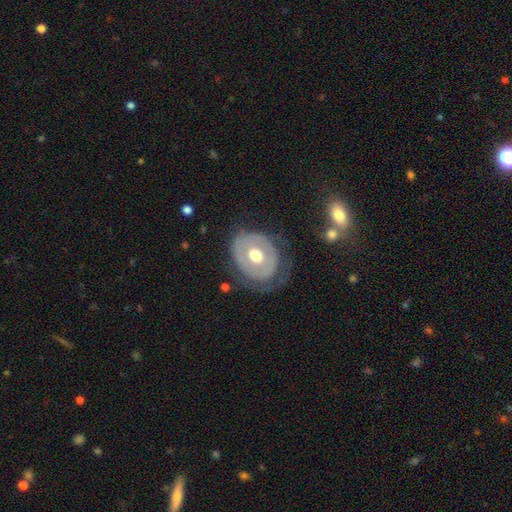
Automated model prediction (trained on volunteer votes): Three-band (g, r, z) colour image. It shows a featured or disk galaxy (55%) with no bar (84%), no spiral arms (78%) and a moderate central bulge (74%). Merging: none (61%).